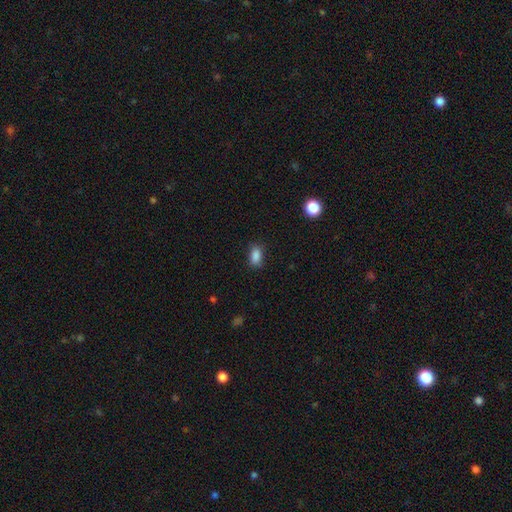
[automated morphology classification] Smooth or featured? smooth (87%)
How rounded? in between (87%)
Merging? none (83%)